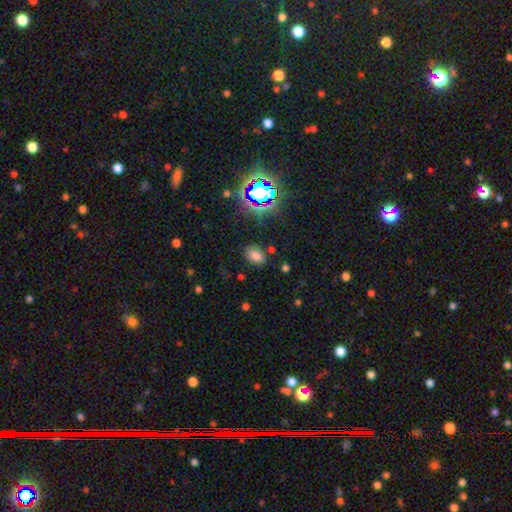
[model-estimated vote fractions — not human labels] Smooth or featured? Predicted: smooth (p=0.71). How rounded? Predicted: in between (p=0.78). Merging? Predicted: none (p=0.81).